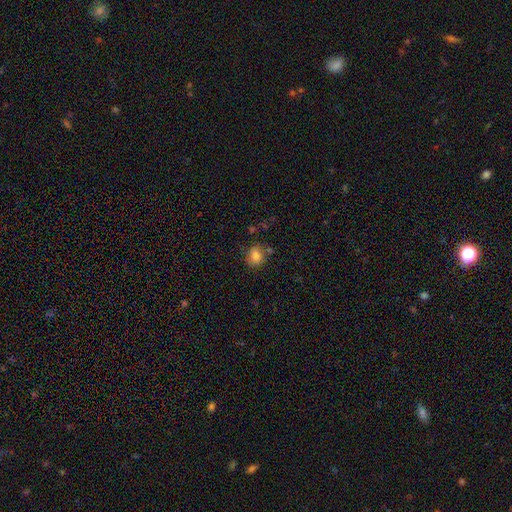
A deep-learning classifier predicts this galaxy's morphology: Q: Smooth or featured?
A: smooth (81%); runner-up: star or artifact (11%)
Q: How rounded?
A: round (63%); runner-up: in between (36%)
Q: Merging?
A: none (71%); runner-up: minor disturbance (16%)